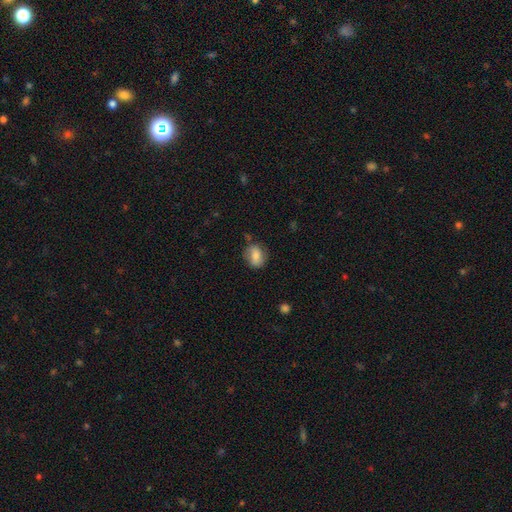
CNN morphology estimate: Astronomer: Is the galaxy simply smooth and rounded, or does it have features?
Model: smooth — 72%.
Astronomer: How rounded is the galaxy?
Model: in between — 53% (runner-up: round, 46%).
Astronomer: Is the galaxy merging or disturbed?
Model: none — 73%.